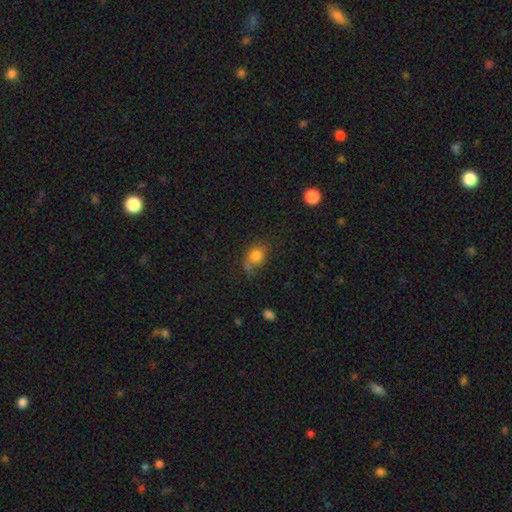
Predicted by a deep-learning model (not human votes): Smooth or featured?
  - smooth: 80% *
  - star or artifact: 11%
  - featured or disk: 9%
How rounded?
  - round: 51% *
  - in between: 47%
  - cigar-shaped: 1%
Merging?
  - none: 54% *
  - minor disturbance: 22%
  - merger: 14%
  - major disturbance: 10%